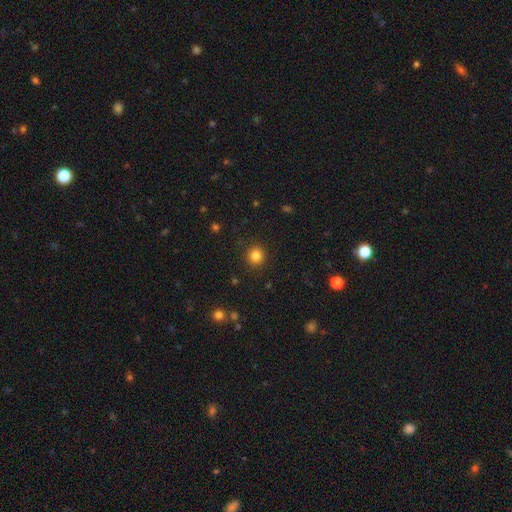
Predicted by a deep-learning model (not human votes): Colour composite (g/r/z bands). It shows a smooth galaxy with no disk features (84%) that is round (88%). Merging: none (91%).